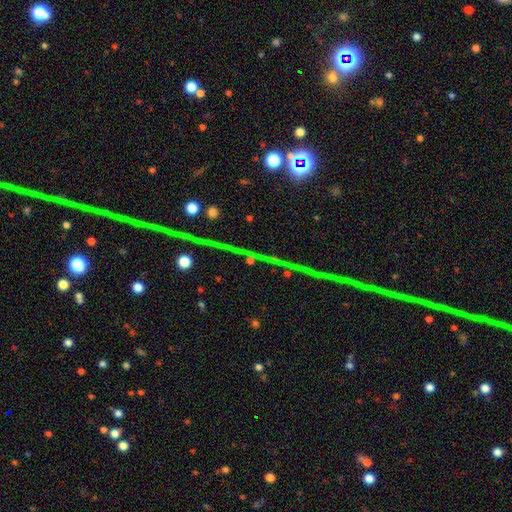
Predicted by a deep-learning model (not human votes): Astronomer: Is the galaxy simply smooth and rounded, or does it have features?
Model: star or artifact — 73%.